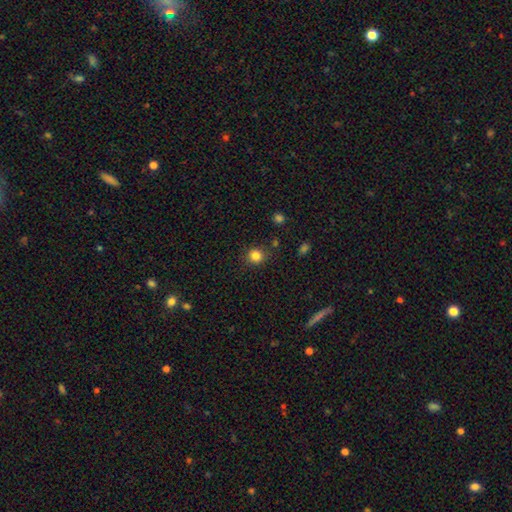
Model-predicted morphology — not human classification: type=smooth (83%); roundness=round (89%); merging=none (86%).